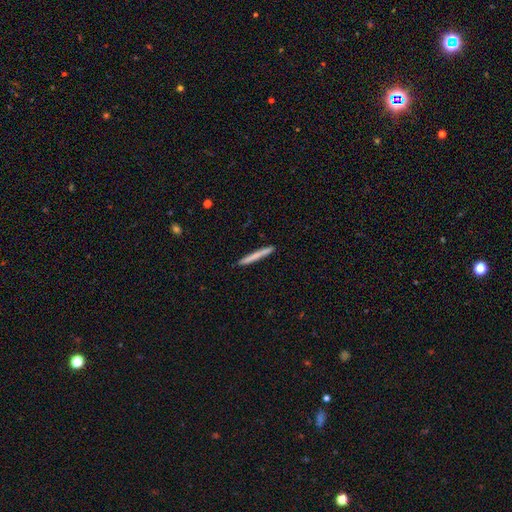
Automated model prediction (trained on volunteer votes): Smooth or featured: smooth — 70% (featured or disk — 24%)
How rounded: cigar-shaped — 97% (in between — 2%)
Merging: none — 92% (minor disturbance — 6%)